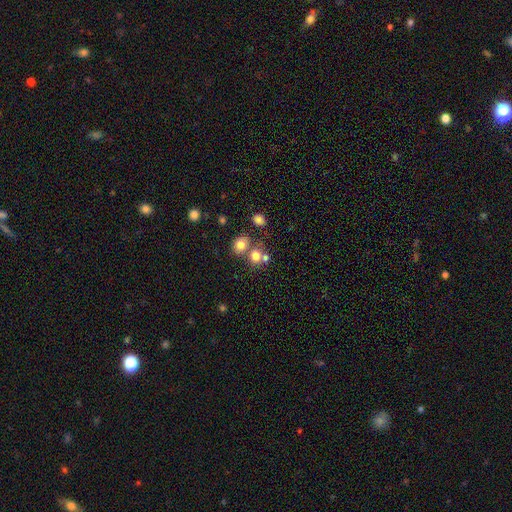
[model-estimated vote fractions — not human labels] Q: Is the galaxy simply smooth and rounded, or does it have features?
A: smooth — 76%.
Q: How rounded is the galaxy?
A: round — 75%.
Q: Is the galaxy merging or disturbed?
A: none — 53%.